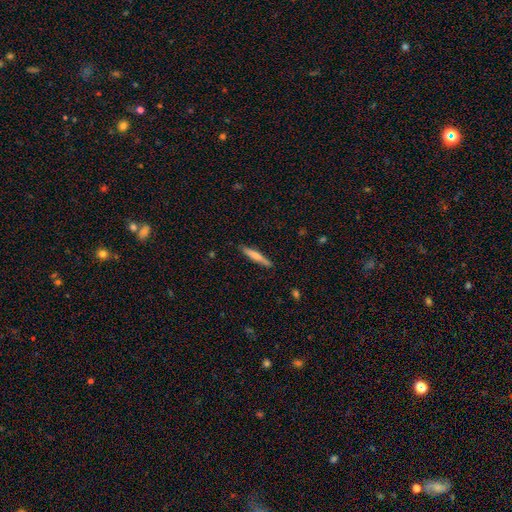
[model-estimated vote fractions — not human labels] smooth-or-featured: smooth: 64% | featured or disk: 31% | star or artifact: 5%
  how-rounded: cigar-shaped: 93% | in between: 6% | round: 1%
  merging: none: 88% | minor disturbance: 9% | major disturbance: 2% | merger: 1%